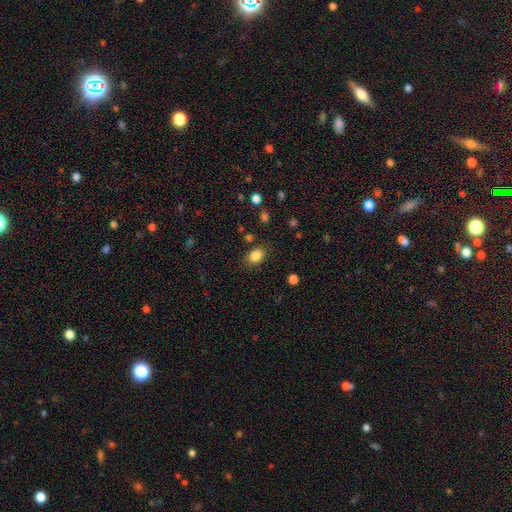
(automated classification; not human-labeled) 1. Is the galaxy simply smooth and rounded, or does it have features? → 85% smooth, 10% star or artifact, 5% featured or disk.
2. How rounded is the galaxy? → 71% in between, 27% round, 1% cigar-shaped.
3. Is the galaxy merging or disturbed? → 81% none, 13% minor disturbance, 4% major disturbance, 2% merger.